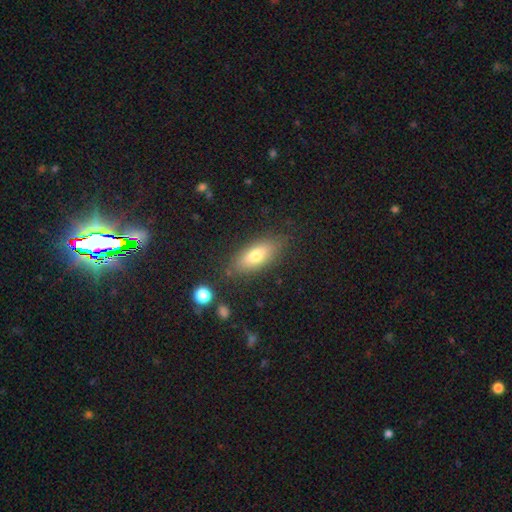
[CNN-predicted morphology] Q: Smooth or featured?
A: smooth (70%); runner-up: featured or disk (22%)
Q: How rounded?
A: in between (73%); runner-up: cigar-shaped (24%)
Q: Merging?
A: none (80%); runner-up: minor disturbance (13%)